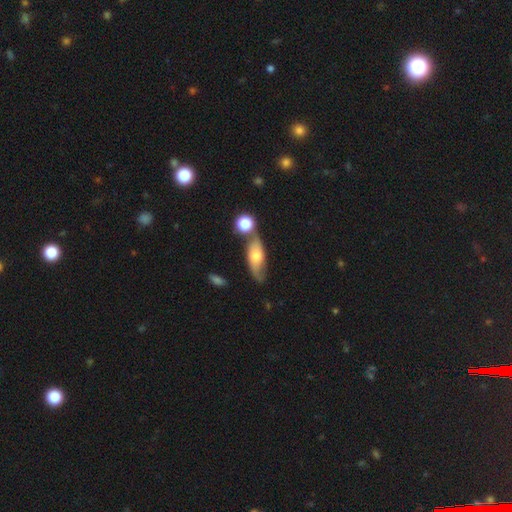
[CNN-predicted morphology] Smooth or featured? Predicted: smooth (p=0.49). Merging? Predicted: none (p=0.53).